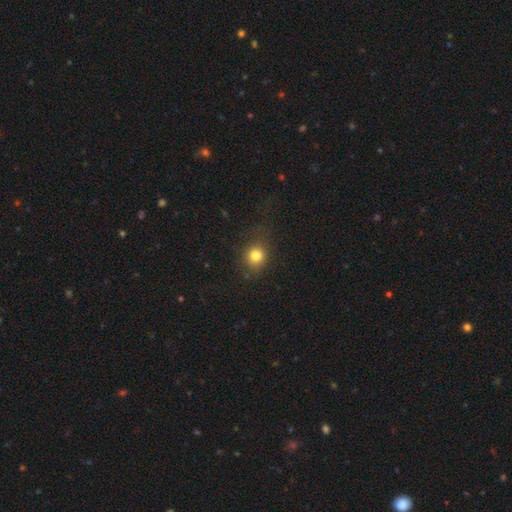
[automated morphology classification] Smooth or featured?
  - smooth: 81% *
  - star or artifact: 13%
  - featured or disk: 7%
How rounded?
  - round: 82% *
  - in between: 17%
  - cigar-shaped: 1%
Merging?
  - none: 76% *
  - minor disturbance: 15%
  - major disturbance: 8%
  - merger: 2%